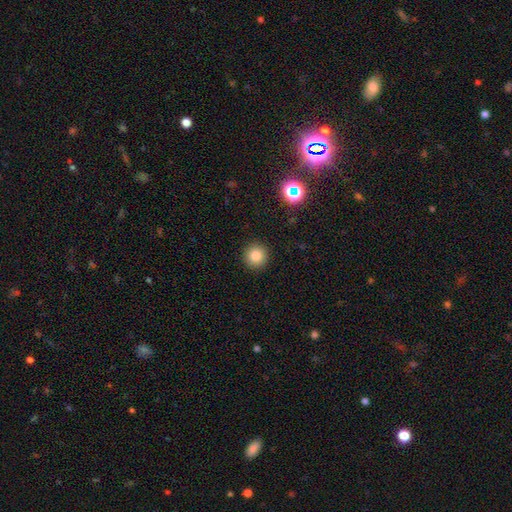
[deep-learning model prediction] A smooth galaxy with no disk features (82%) that is round (94%). Merging: none (92%).